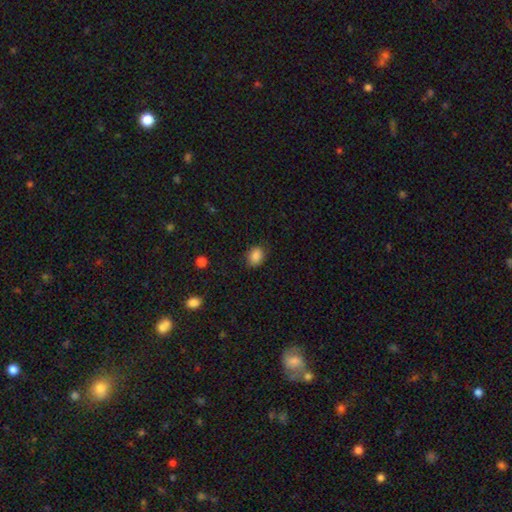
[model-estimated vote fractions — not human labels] This is clearly a smooth galaxy (87%). How rounded: possibly in between (55%). Merging: clearly none (84%).